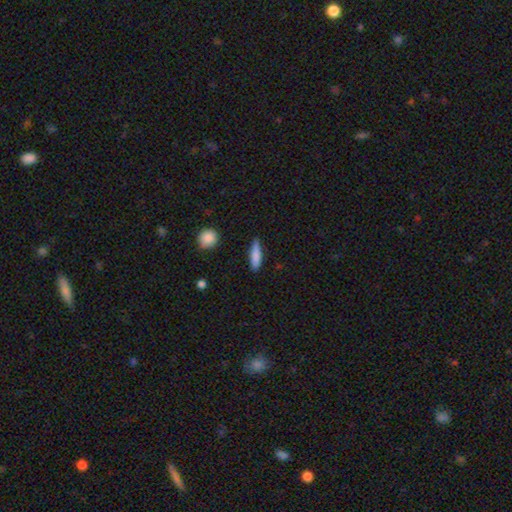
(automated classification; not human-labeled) The model was most divided on "how rounded": cigar-shaped: 77%, in between: 21%, round: 2%. More confident: merging — none (85%); smooth or featured — smooth (81%).